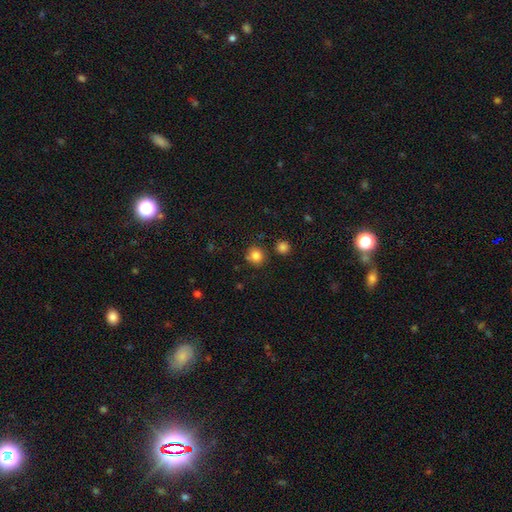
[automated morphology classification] smooth 84%, star or artifact 11%, featured or disk 5%. Down the decision tree: how rounded — round (90%); merging — none (84%).